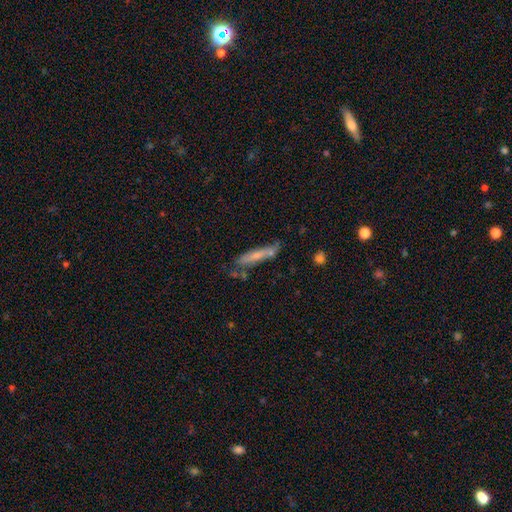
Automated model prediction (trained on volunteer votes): Smooth or featured: smooth — 60% (featured or disk — 33%)
How rounded: cigar-shaped — 86% (in between — 12%)
Merging: none — 55% (minor disturbance — 24%)